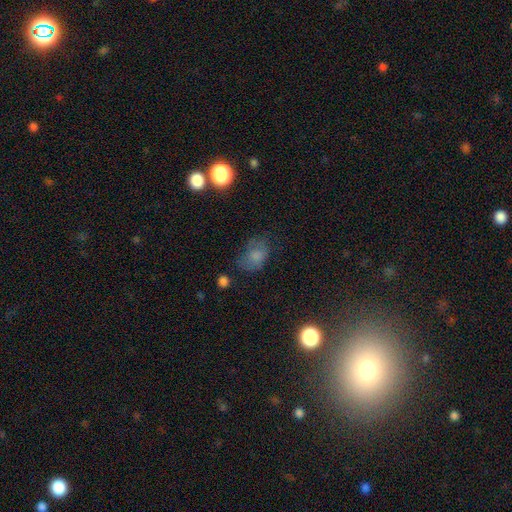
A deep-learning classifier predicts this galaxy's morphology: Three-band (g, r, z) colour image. It shows a smooth galaxy with no disk features (72%) that is in between round and cigar-shaped (71%). Merging: none (49%).